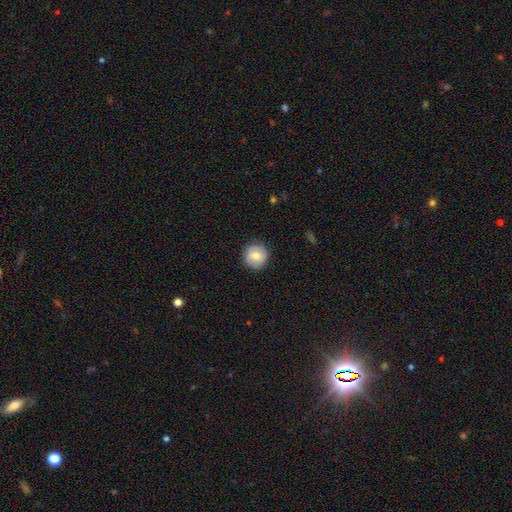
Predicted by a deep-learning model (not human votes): smooth_or_featured: smooth (p=0.66) [alt: featured or disk p=0.26]
how_rounded: round (p=0.94) [alt: in between p=0.05]
merging: none (p=0.86) [alt: minor disturbance p=0.11]